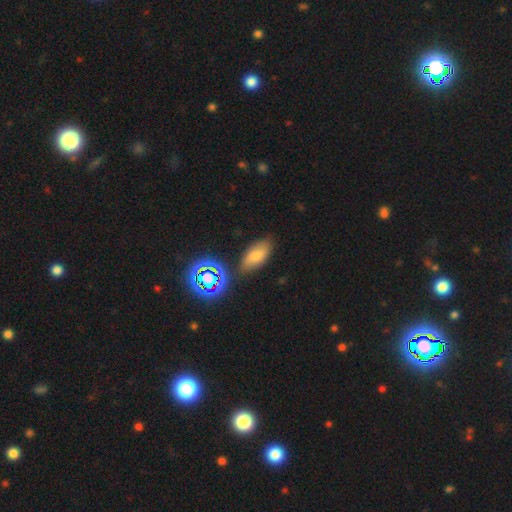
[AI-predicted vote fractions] Morphology: type=smooth (66%); roundness=in between (88%); merging=none (77%).